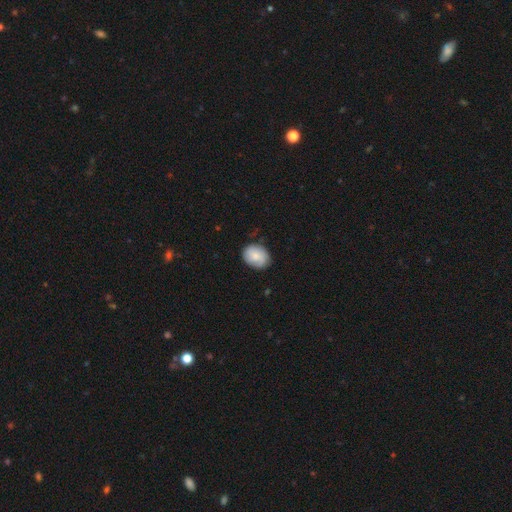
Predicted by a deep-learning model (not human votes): A smooth galaxy with no disk features (76%) that is in between round and cigar-shaped (58%).

Vote fractions:
- Smooth or featured? smooth: 76% / featured or disk: 17% / star or artifact: 7%
- How rounded? in between: 58% / round: 41% / cigar-shaped: 1%
- Merging? none: 77% / minor disturbance: 18% / major disturbance: 3% / merger: 1%